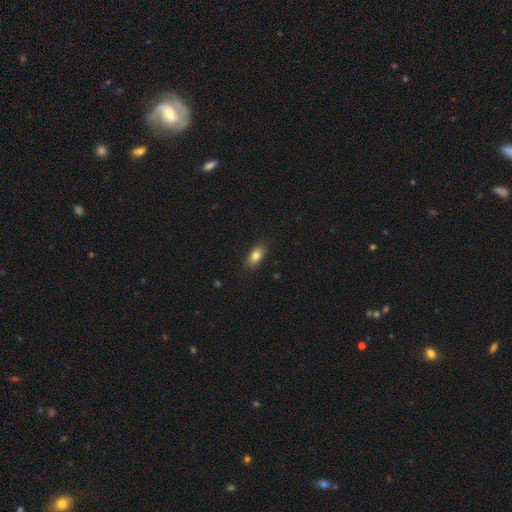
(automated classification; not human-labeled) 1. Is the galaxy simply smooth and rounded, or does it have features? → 82% smooth, 10% featured or disk, 8% star or artifact.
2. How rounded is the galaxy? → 87% in between, 6% round, 6% cigar-shaped.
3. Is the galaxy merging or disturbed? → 85% none, 11% minor disturbance, 3% major disturbance, 1% merger.